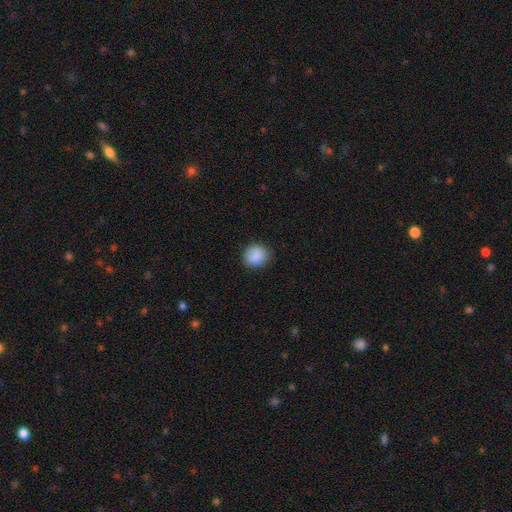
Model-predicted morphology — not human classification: This appears to be a smooth galaxy with no disk features (89%) that is round (78%). Merging: none (86%).